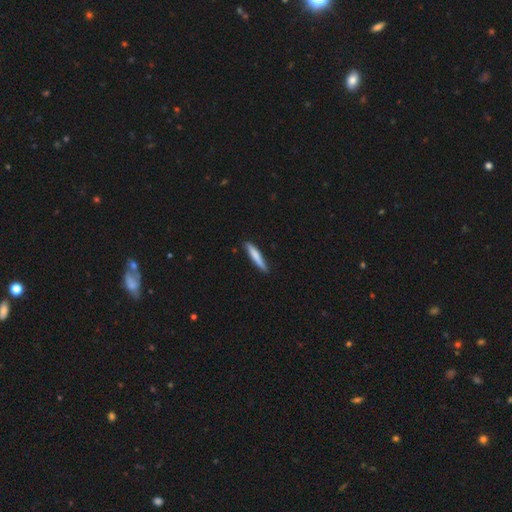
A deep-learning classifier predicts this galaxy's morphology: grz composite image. It shows a smooth galaxy with no disk features (74%) that is cigar-shaped (93%). Merging: none (85%).